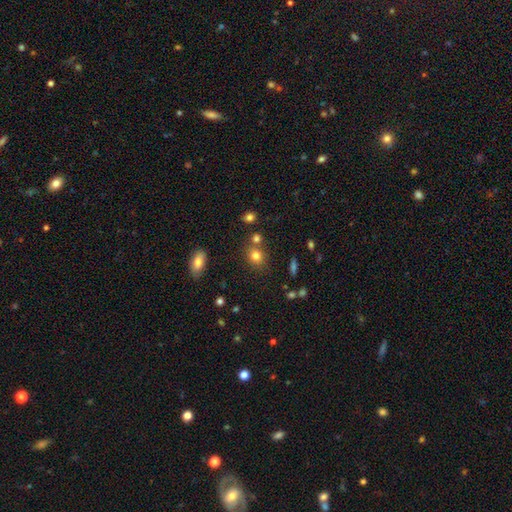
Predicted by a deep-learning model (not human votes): A smooth galaxy with no disk features (77%) that is round (64%).

Vote fractions:
- Smooth or featured? smooth: 77% / star or artifact: 14% / featured or disk: 9%
- How rounded? round: 64% / in between: 35% / cigar-shaped: 1%
- Merging? none: 69% / merger: 16% / minor disturbance: 11% / major disturbance: 4%